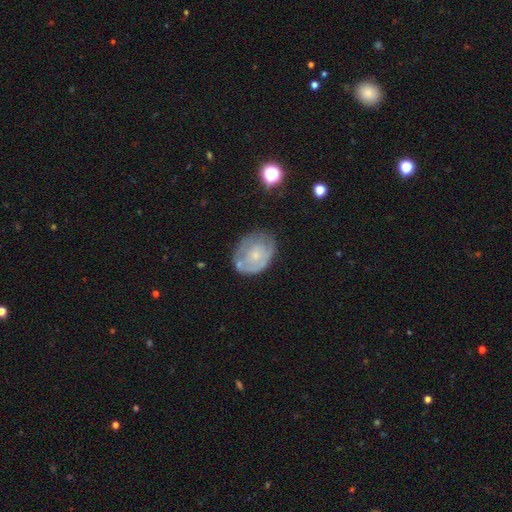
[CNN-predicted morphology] Smooth or featured: featured or disk — 50% (smooth — 42%)
Edge-on disk: no — 96% (yes — 4%)
Merging: none — 57% (minor disturbance — 27%)